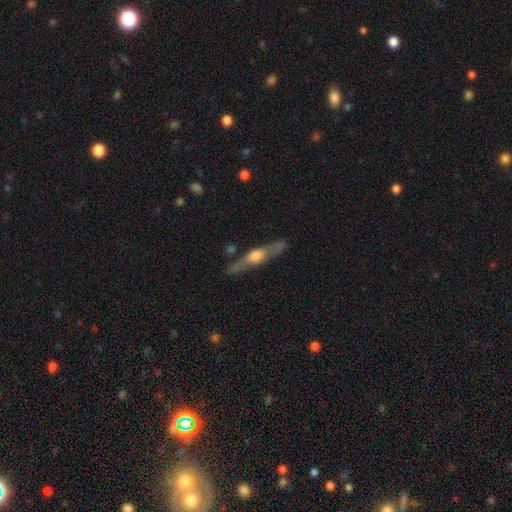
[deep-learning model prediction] Smooth or featured: featured or disk — 68% (smooth — 26%)
Edge-on disk: yes — 90% (no — 10%)
Edge-on bulge: rounded — 87% (boxy — 9%)
Merging: none — 80% (minor disturbance — 13%)